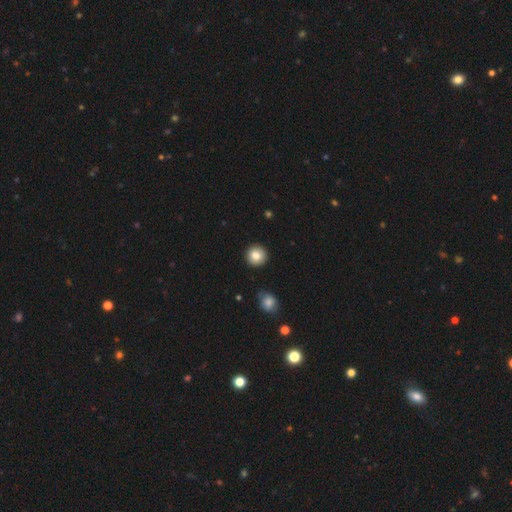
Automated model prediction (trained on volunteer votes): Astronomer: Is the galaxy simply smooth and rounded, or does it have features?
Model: smooth — 83%.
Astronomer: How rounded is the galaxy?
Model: round — 94%.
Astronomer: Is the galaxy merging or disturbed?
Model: none — 91%.